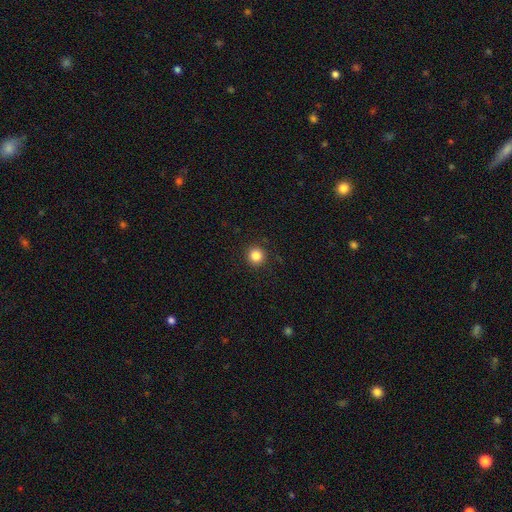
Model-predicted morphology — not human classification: smooth 85%, star or artifact 11%, featured or disk 4%. Down the decision tree: how rounded — round (95%); merging — none (91%).